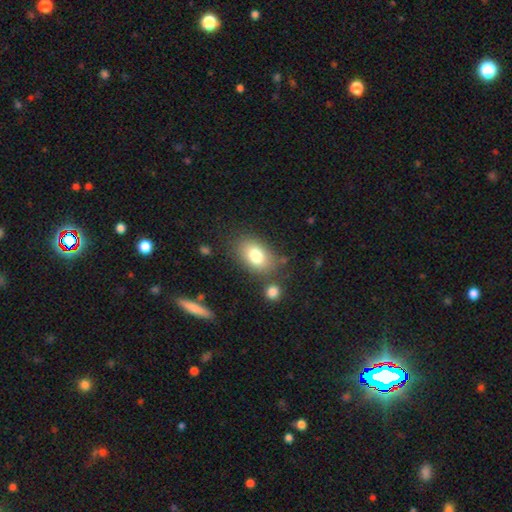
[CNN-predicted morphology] smooth-or-featured: smooth: 78% | featured or disk: 13% | star or artifact: 9%
  how-rounded: in between: 85% | round: 14% | cigar-shaped: 2%
  merging: none: 75% | minor disturbance: 13% | merger: 8% | major disturbance: 4%